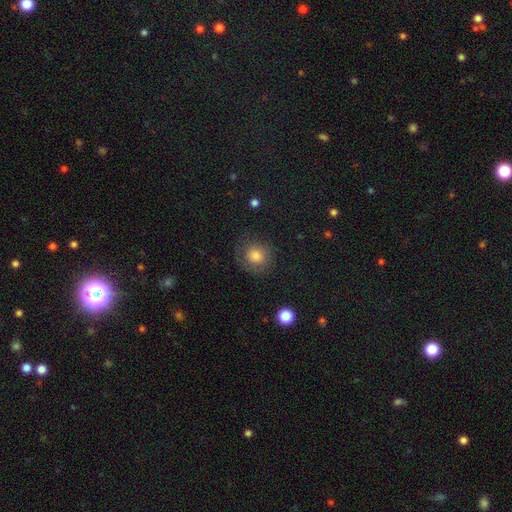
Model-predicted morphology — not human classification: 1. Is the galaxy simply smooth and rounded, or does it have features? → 76% smooth, 14% featured or disk, 10% star or artifact.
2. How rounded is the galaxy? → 86% round, 13% in between, 1% cigar-shaped.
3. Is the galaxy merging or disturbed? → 72% none, 16% minor disturbance, 10% major disturbance, 1% merger.